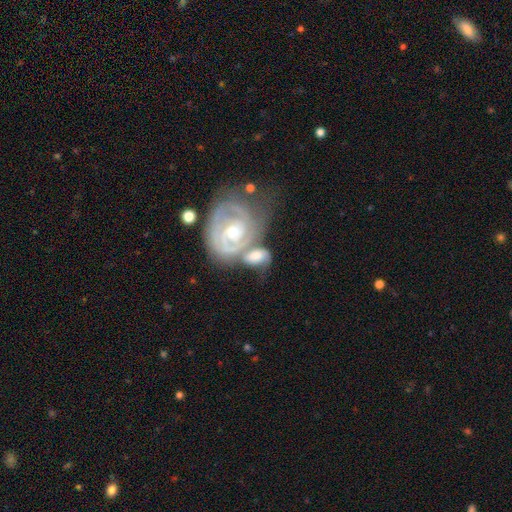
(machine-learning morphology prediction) featured or disk 70%, smooth 25%, star or artifact 6%. Down the decision tree: edge-on disk — no (96%); bar — no (58%); spiral arms — yes (91%); spiral arm count — 2 (61%); spiral winding — tight (64%); bulge size — moderate (54%); merging — merger (44%).